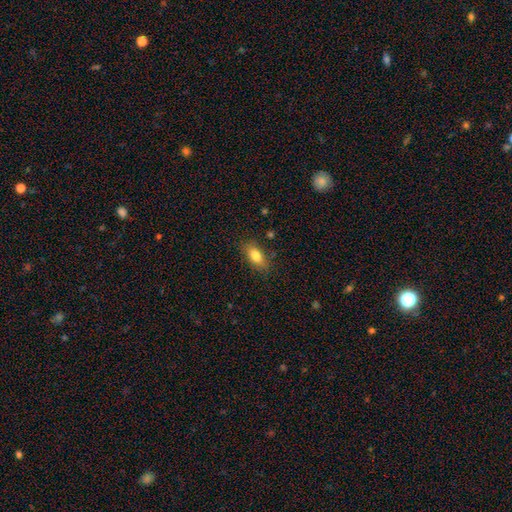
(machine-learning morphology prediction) Smooth or featured? Predicted: smooth (p=0.81). How rounded? Predicted: in between (p=0.85). Merging? Predicted: none (p=0.82).